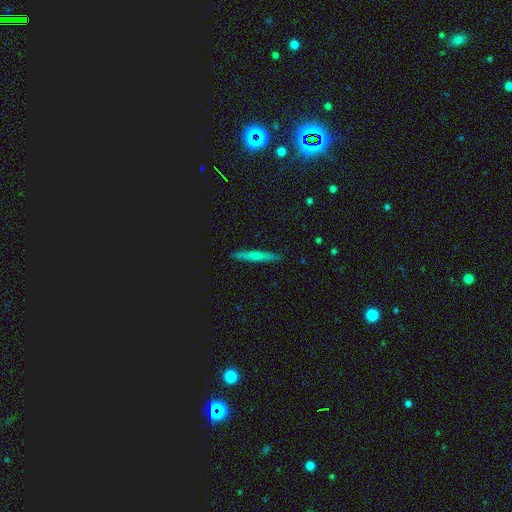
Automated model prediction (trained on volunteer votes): Q: Smooth or featured?
A: smooth (45%); tied with: featured or disk (45%)
Q: Merging?
A: none (91%); runner-up: minor disturbance (7%)